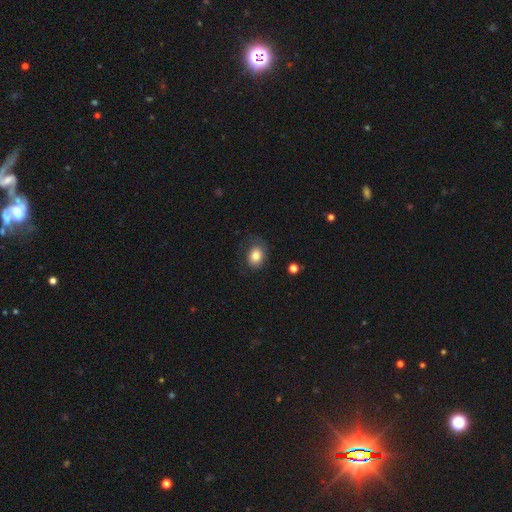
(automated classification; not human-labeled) A smooth galaxy with no disk features (78%) that is in between round and cigar-shaped (58%). Merging: none (63%).